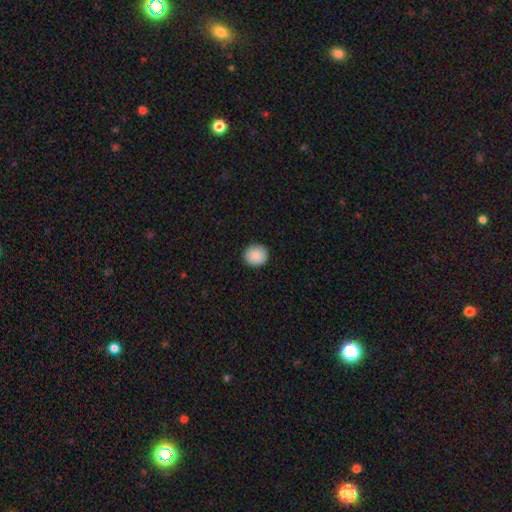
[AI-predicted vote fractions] smooth_or_featured: smooth (p=0.90) [alt: star or artifact p=0.07]
how_rounded: round (p=0.91) [alt: in between p=0.08]
merging: none (p=0.92) [alt: minor disturbance p=0.05]